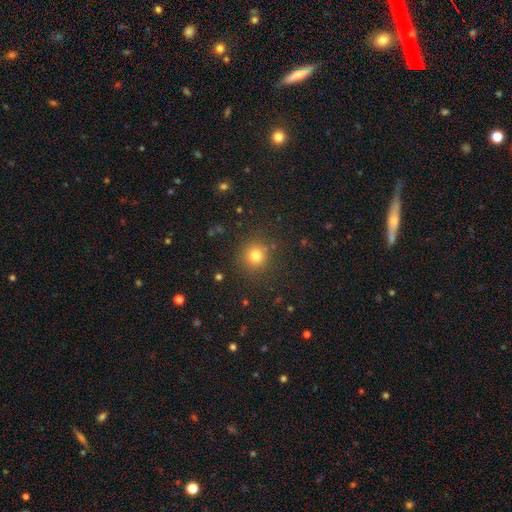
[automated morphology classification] Q: Smooth or featured?
A: smooth (78%); runner-up: star or artifact (16%)
Q: How rounded?
A: round (93%); runner-up: in between (6%)
Q: Merging?
A: none (87%); runner-up: minor disturbance (8%)